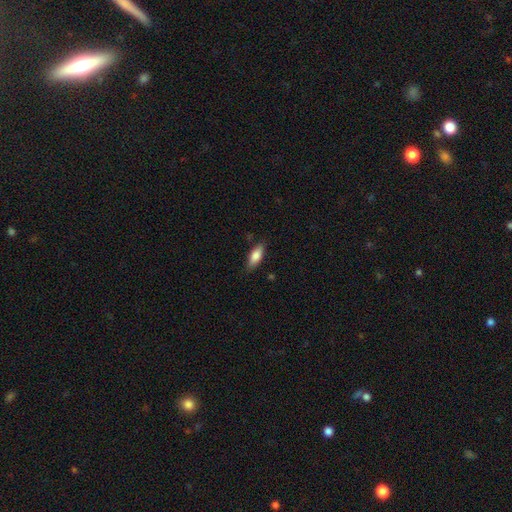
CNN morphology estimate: Overall: smooth (79%). How rounded: in between (74%). Merging: none (83%).